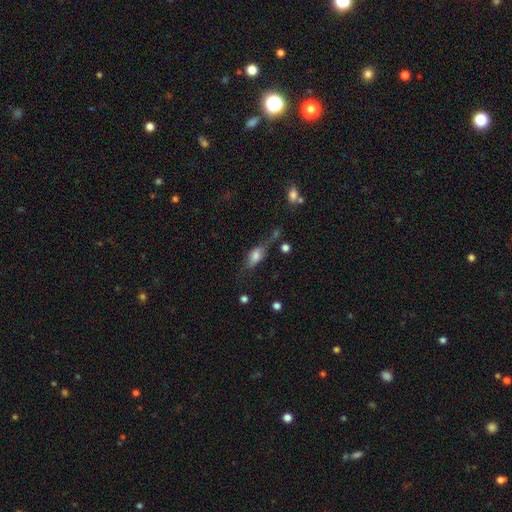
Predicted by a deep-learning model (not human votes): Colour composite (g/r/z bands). It shows a smooth galaxy with no disk features (63%) that is in between round and cigar-shaped (77%). Merging: none (42%).